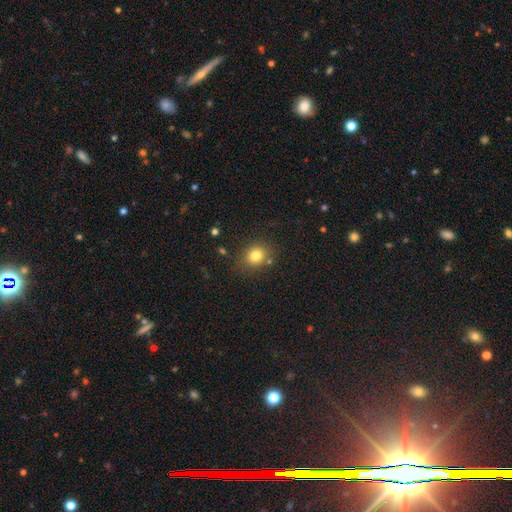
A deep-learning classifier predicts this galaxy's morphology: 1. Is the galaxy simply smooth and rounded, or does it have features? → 80% smooth, 12% star or artifact, 8% featured or disk.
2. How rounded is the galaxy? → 64% round, 35% in between, 1% cigar-shaped.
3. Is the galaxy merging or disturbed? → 80% none, 11% minor disturbance, 5% merger, 4% major disturbance.